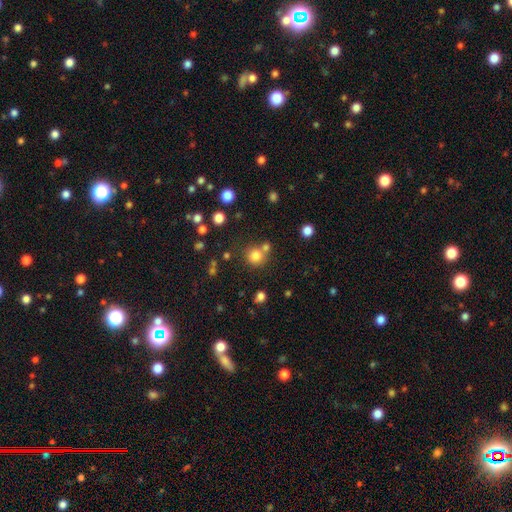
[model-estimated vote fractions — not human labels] smooth_or_featured: smooth (p=0.79) [alt: star or artifact p=0.14]
how_rounded: round (p=0.91) [alt: in between p=0.08]
merging: none (p=0.66) [alt: merger p=0.22]